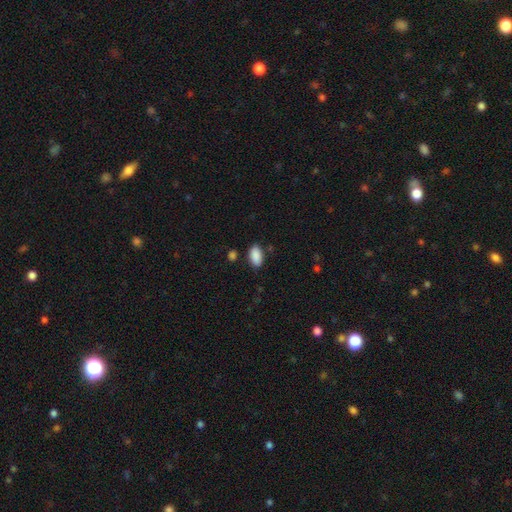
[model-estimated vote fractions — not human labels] Smooth or featured? Predicted: smooth (p=0.90). How rounded? Predicted: in between (p=0.94). Merging? Predicted: none (p=0.83).